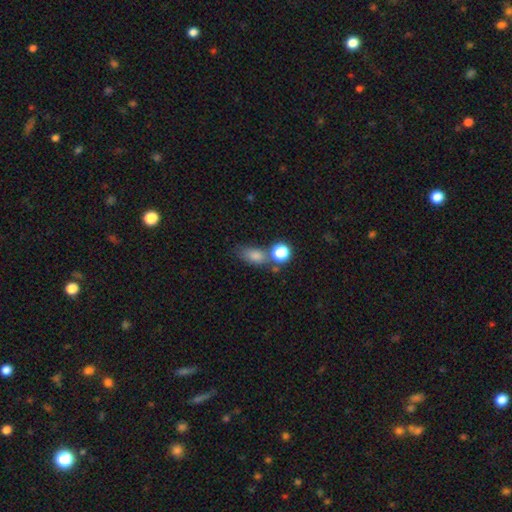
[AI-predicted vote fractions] Smooth or featured: smooth — 78% (star or artifact — 14%)
How rounded: in between — 73% (round — 21%)
Merging: none — 55% (merger — 21%)